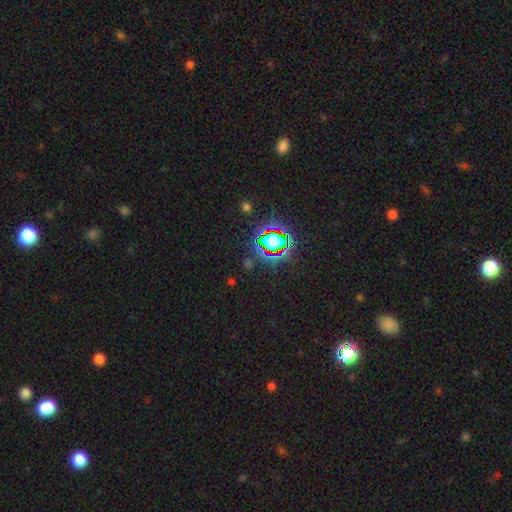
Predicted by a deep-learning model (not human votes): This appears to be a star or artifact, not a galaxy (79%).